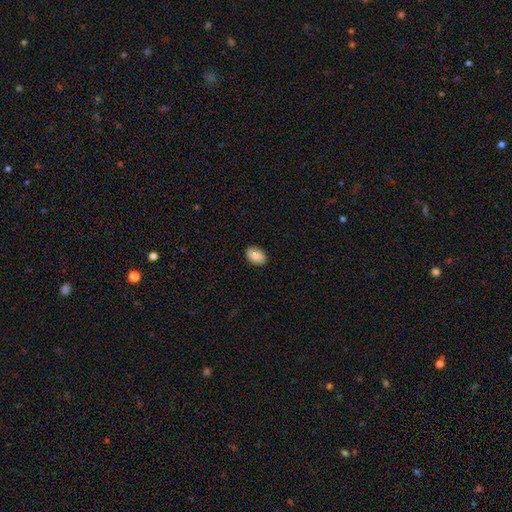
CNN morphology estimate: The model was most divided on "how rounded": in between: 89%, round: 10%, cigar-shaped: 1%. More confident: merging — none (89%); smooth or featured — smooth (86%).